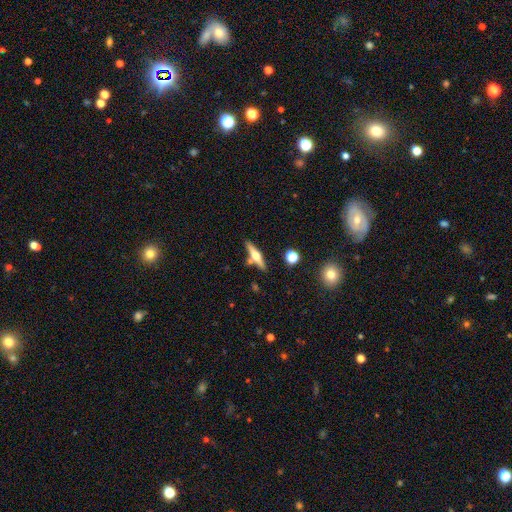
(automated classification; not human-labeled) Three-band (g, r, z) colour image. It shows a featured or disk galaxy (61%) viewed edge-on (95%) with a rounded central bulge (94%). Merging: none (78%).